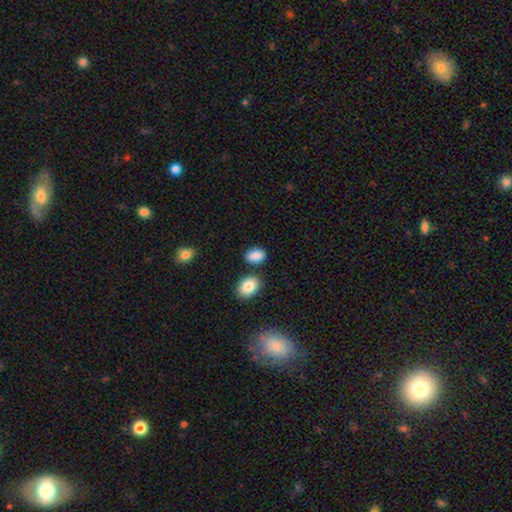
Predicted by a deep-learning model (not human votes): Smooth or featured? Predicted: smooth (p=0.86). How rounded? Predicted: in between (p=0.82). Merging? Predicted: none (p=0.76).